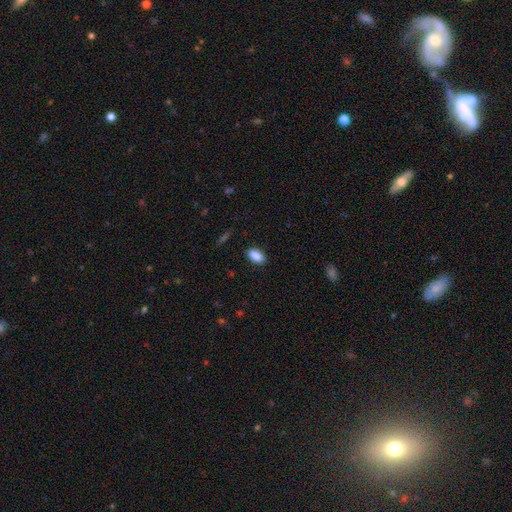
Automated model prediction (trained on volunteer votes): This appears to be a smooth galaxy with no disk features (89%) that is in between round and cigar-shaped (92%). Merging: none (88%).